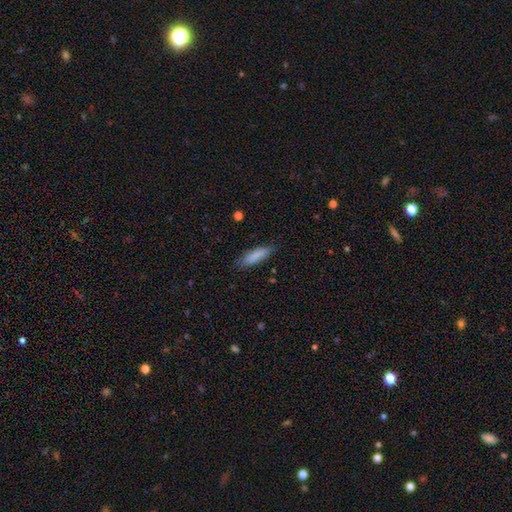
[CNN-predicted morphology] smooth_or_featured: smooth (p=0.84) [alt: featured or disk p=0.10]
how_rounded: cigar-shaped (p=0.56) [alt: in between p=0.42]
merging: none (p=0.81) [alt: minor disturbance p=0.14]